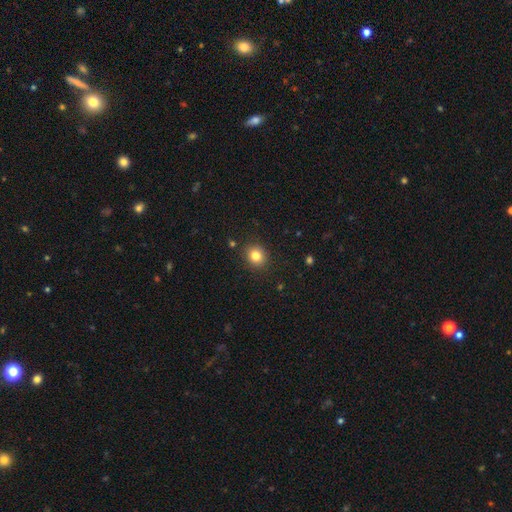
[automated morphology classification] smooth_or_featured: smooth (p=0.82) [alt: star or artifact p=0.12]
how_rounded: round (p=0.77) [alt: in between p=0.22]
merging: none (p=0.89) [alt: minor disturbance p=0.07]